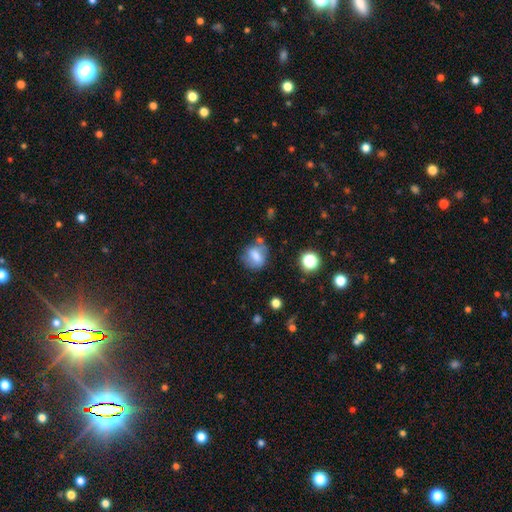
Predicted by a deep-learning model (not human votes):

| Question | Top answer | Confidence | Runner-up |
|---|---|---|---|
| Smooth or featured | smooth | 66% | featured or disk (23%) |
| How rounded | round | 54% | in between (44%) |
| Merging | none | 58% | minor disturbance (23%) |